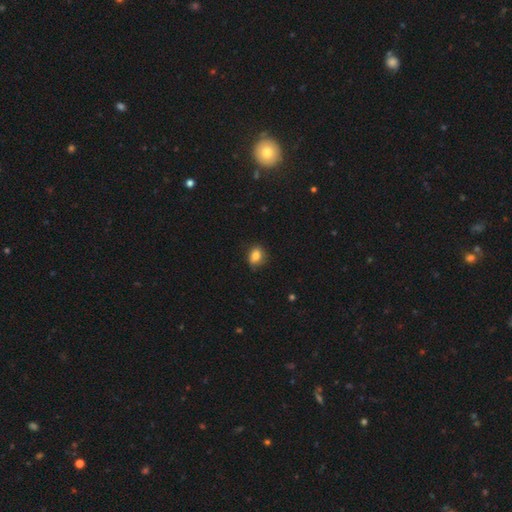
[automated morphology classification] smooth-or-featured: smooth: 82% | star or artifact: 10% | featured or disk: 8%
  how-rounded: in between: 58% | round: 40% | cigar-shaped: 2%
  merging: none: 73% | minor disturbance: 22% | major disturbance: 4% | merger: 1%